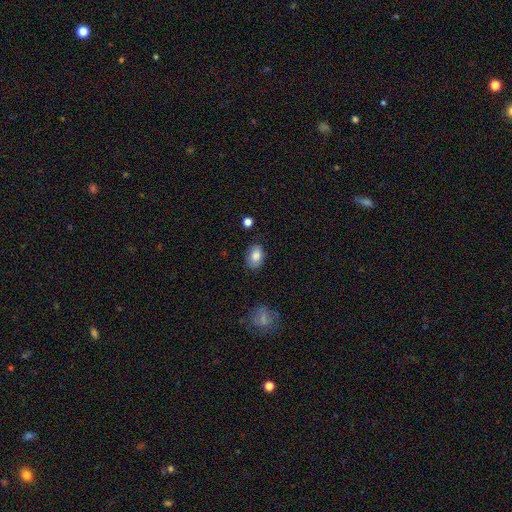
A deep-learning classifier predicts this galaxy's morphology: This appears to be a smooth galaxy with no disk features (84%) that is in between round and cigar-shaped (83%). Merging: none (79%).